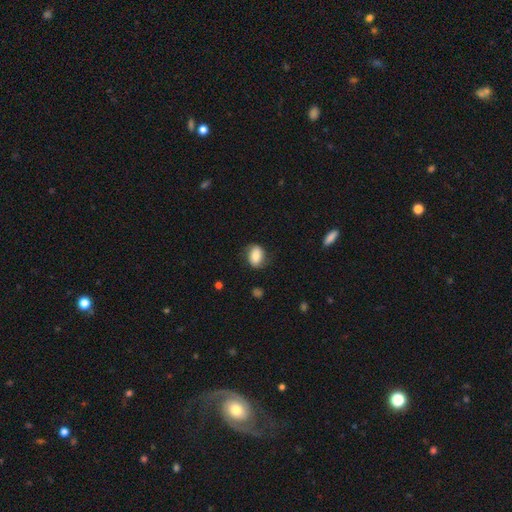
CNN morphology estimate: This is likely a smooth galaxy (74%). How rounded: likely in between (75%). Merging: likely none (73%).